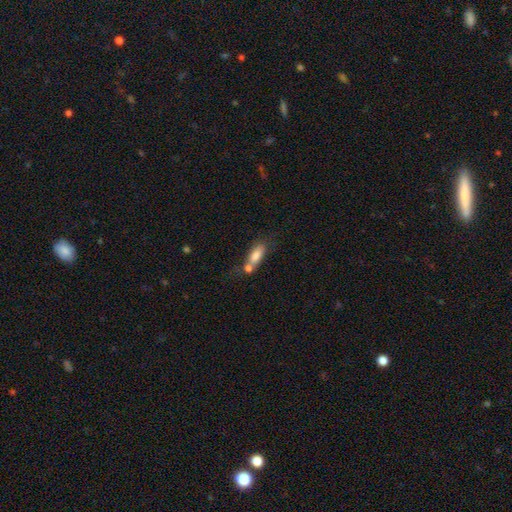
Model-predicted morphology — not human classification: Smooth or featured? smooth (77%)
How rounded? in between (72%)
Merging? merger (47%)